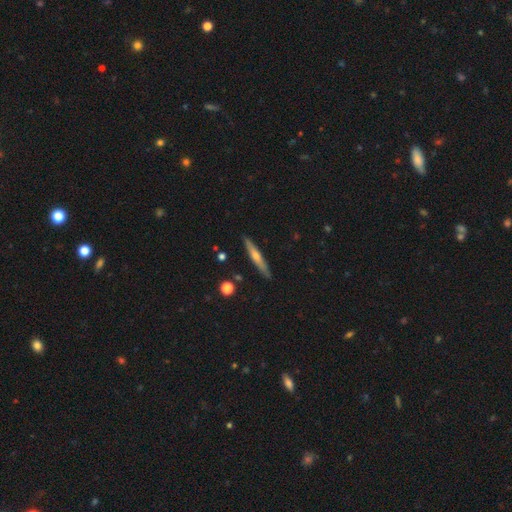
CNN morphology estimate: smooth_or_featured: featured or disk (p=0.57) [alt: smooth p=0.36]
disk_edge_on: yes (p=0.95) [alt: no p=0.05]
edge_on_bulge: rounded (p=0.76) [alt: none p=0.20]
merging: none (p=0.89) [alt: minor disturbance p=0.08]